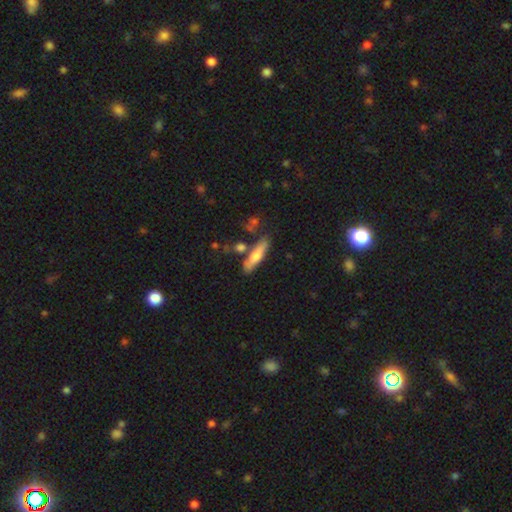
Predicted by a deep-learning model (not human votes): smooth_or_featured: smooth (p=0.64) [alt: featured or disk p=0.30]
how_rounded: cigar-shaped (p=0.73) [alt: in between p=0.25]
merging: none (p=0.71) [alt: minor disturbance p=0.15]